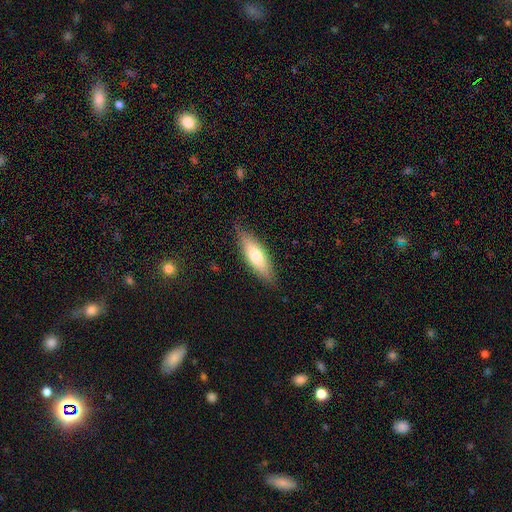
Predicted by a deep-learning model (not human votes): smooth_or_featured: smooth (p=0.68) [alt: featured or disk p=0.25]
how_rounded: in between (p=0.54) [alt: cigar-shaped p=0.45]
merging: none (p=0.82) [alt: minor disturbance p=0.14]